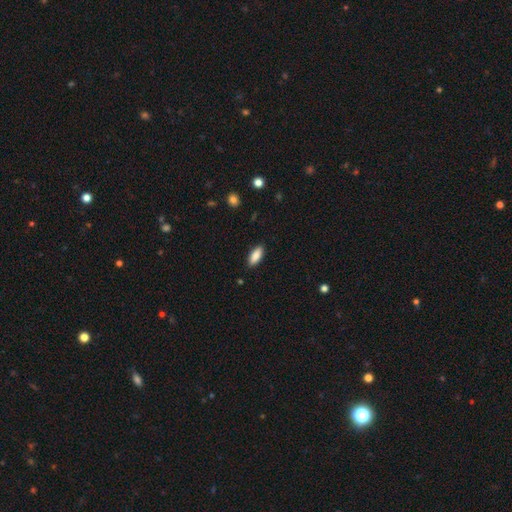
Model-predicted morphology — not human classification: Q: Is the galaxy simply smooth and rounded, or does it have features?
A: smooth — 87%.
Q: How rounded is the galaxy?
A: in between — 78%.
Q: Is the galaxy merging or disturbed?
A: none — 88%.